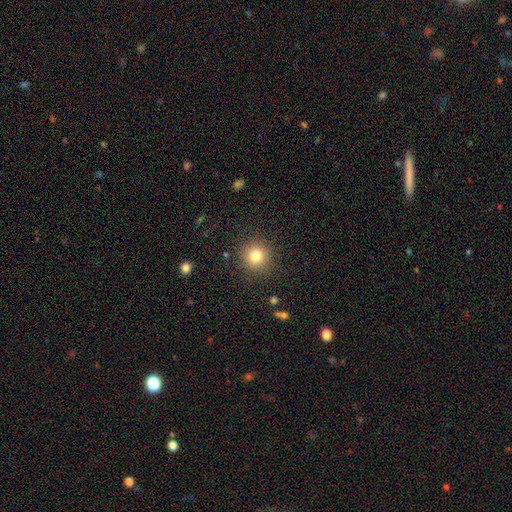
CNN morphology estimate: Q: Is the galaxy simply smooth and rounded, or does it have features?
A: smooth — 80%.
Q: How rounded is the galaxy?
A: round — 93%.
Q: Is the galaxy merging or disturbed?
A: none — 89%.